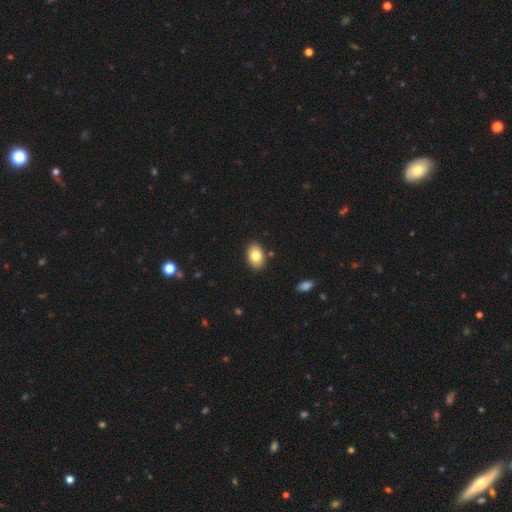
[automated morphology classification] Smooth or featured? Predicted: smooth (p=0.80). How rounded? Predicted: in between (p=0.84). Merging? Predicted: none (p=0.88).